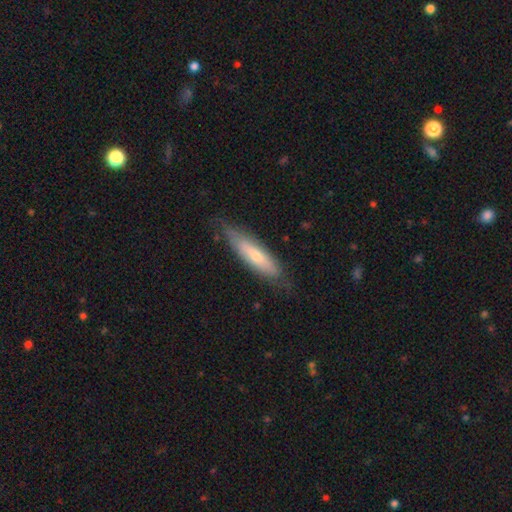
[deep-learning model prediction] Q: Smooth or featured?
A: smooth (56%); runner-up: featured or disk (38%)
Q: How rounded?
A: cigar-shaped (69%); runner-up: in between (30%)
Q: Merging?
A: none (74%); runner-up: minor disturbance (21%)